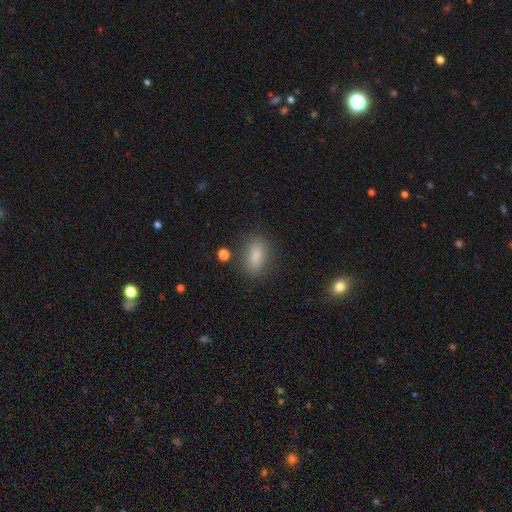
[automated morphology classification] Smooth or featured? smooth (85%)
How rounded? in between (83%)
Merging? none (82%)